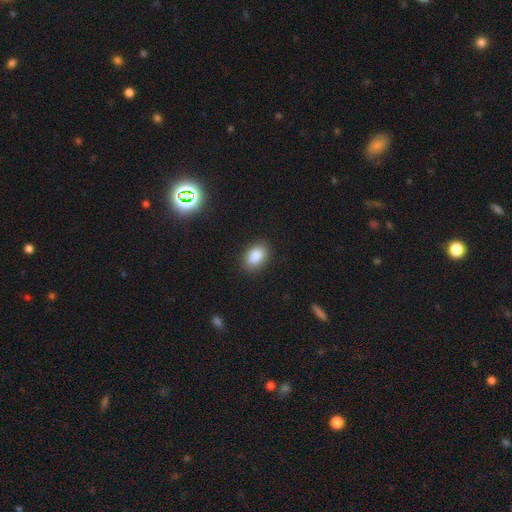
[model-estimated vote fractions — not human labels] This appears to be a smooth galaxy with no disk features (87%) that is in between round and cigar-shaped (84%). Merging: none (87%).